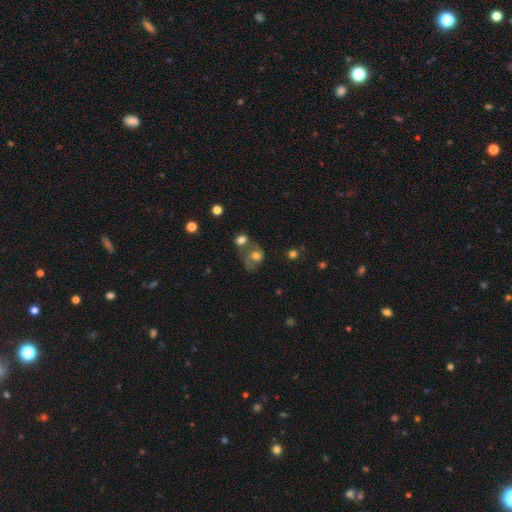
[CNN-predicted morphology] smooth-or-featured: smooth: 58% | featured or disk: 29% | star or artifact: 13%
  how-rounded: round: 57% | in between: 42% | cigar-shaped: 1%
  merging: merger: 40% | none: 27% | major disturbance: 17% | minor disturbance: 16%